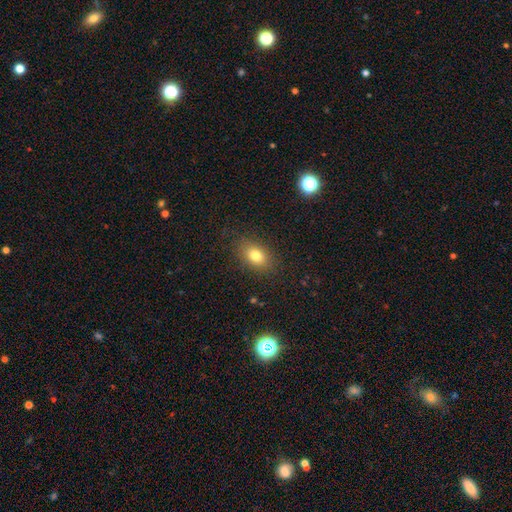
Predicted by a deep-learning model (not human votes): The model was most divided on "how rounded": in between: 79%, round: 19%, cigar-shaped: 2%. More confident: merging — none (83%); smooth or featured — smooth (79%).